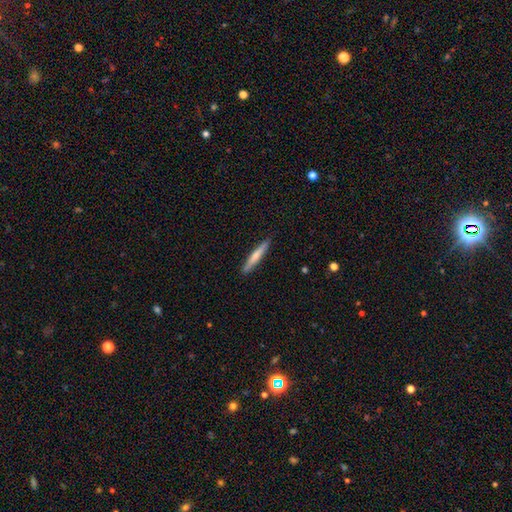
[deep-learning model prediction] Smooth or featured?
  - smooth: 61% *
  - featured or disk: 34%
  - star or artifact: 5%
How rounded?
  - cigar-shaped: 94% *
  - in between: 4%
  - round: 1%
Merging?
  - none: 91% *
  - minor disturbance: 7%
  - major disturbance: 1%
  - merger: 1%